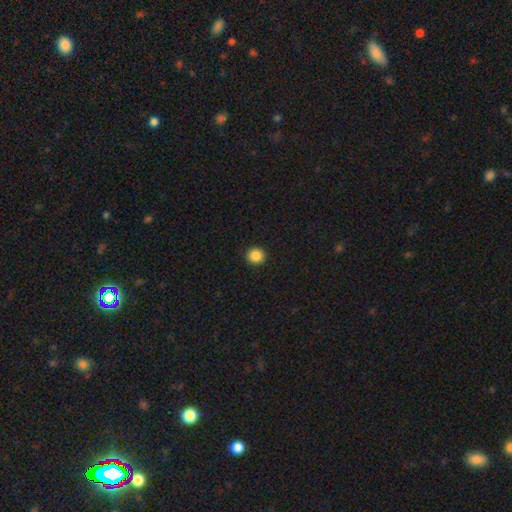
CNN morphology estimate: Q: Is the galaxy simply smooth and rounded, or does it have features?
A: smooth — 87%.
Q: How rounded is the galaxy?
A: round — 95%.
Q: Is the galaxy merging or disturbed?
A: none — 93%.